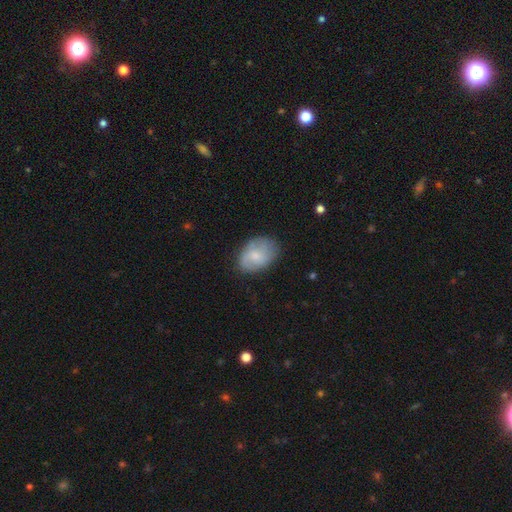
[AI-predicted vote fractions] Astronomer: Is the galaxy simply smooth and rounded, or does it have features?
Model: smooth — 62%.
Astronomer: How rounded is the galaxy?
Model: in between — 81%.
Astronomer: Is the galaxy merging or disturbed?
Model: none — 72%.